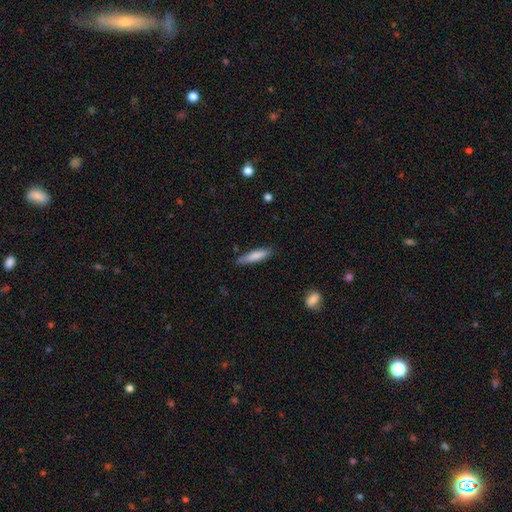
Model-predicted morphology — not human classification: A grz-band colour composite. It shows a smooth galaxy with no disk features (82%) that is cigar-shaped (75%). Merging: none (77%).